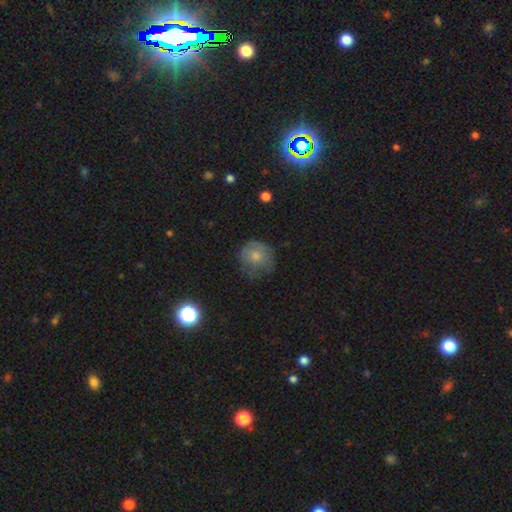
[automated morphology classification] type=smooth (66%); roundness=round (80%); merging=none (49%).